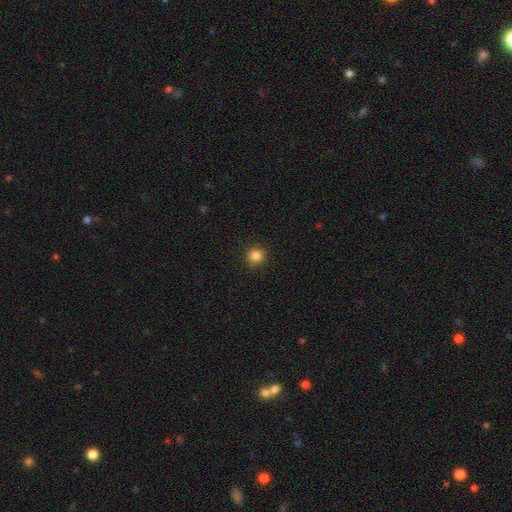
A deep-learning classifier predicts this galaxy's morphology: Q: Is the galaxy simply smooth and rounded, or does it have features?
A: smooth — 84%.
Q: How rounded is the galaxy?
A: round — 93%.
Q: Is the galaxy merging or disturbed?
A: none — 90%.